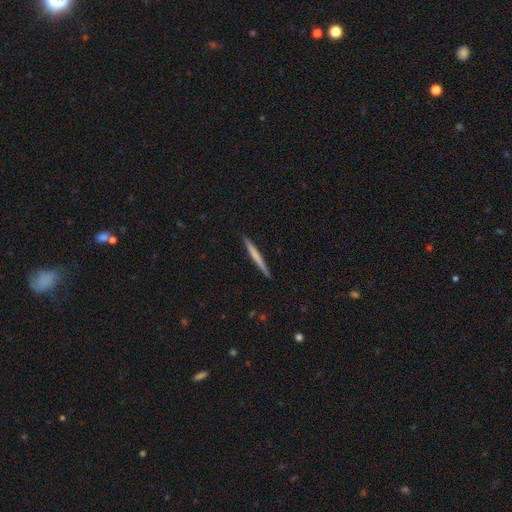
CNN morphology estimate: type=smooth (57%); roundness=cigar-shaped (97%); merging=none (91%).